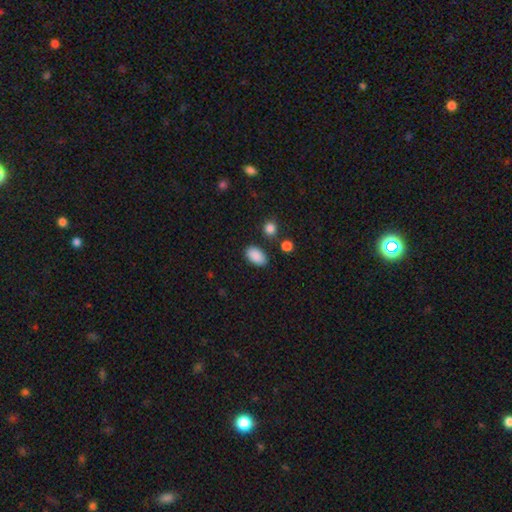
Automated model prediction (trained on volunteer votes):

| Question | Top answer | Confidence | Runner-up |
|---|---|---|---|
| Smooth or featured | smooth | 89% | star or artifact (8%) |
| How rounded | in between | 92% | round (6%) |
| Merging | none | 83% | minor disturbance (11%) |